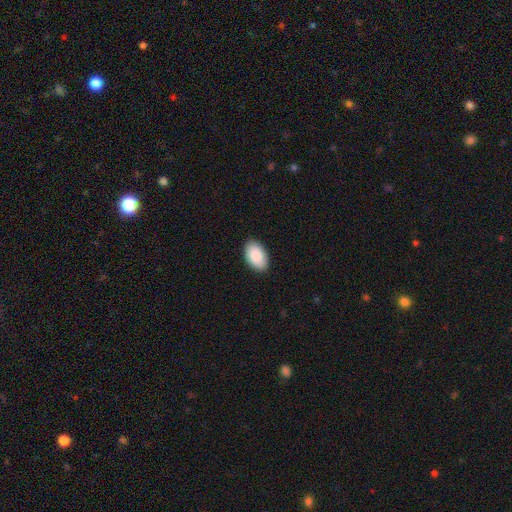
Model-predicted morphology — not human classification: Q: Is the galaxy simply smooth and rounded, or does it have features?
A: smooth — 89%.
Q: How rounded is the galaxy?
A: in between — 94%.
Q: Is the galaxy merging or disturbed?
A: none — 89%.